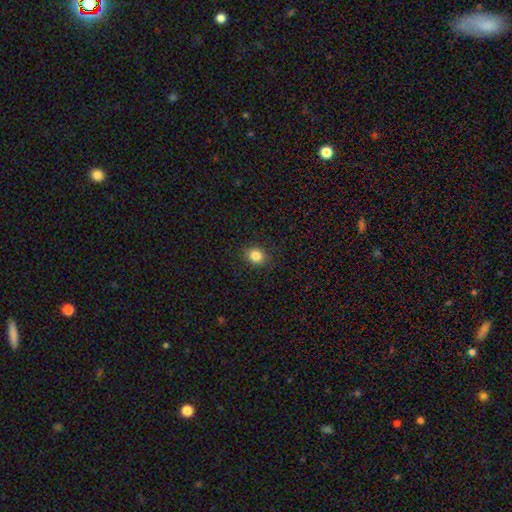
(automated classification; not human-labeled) This is clearly a smooth galaxy (84%). How rounded: likely round (66%). Merging: clearly none (90%).